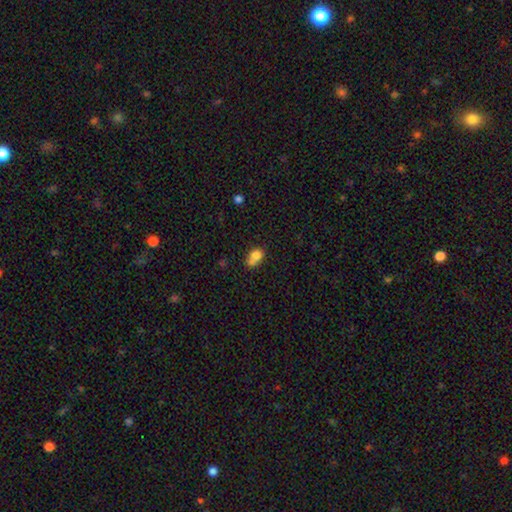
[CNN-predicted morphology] This is likely a smooth galaxy (76%). How rounded: possibly in between (57%). Merging: marginally merger (44%).